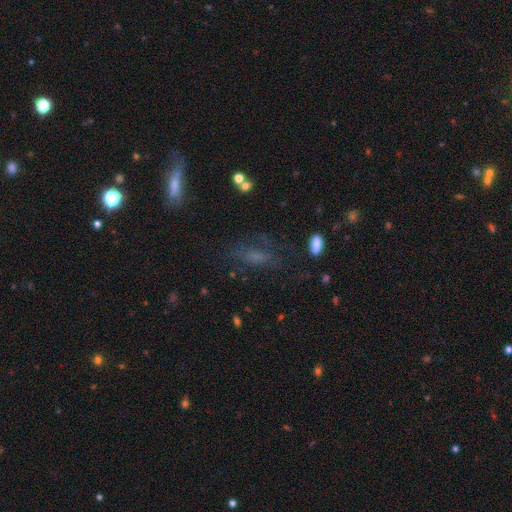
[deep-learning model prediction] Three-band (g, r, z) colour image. It shows a smooth galaxy with no disk features (44%). Merging: none (57%).